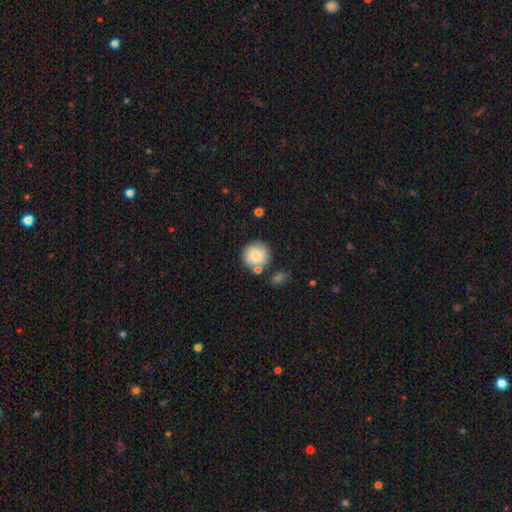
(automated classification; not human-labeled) smooth 78%, featured or disk 14%, star or artifact 7%. Down the decision tree: how rounded — round (92%); merging — none (69%).